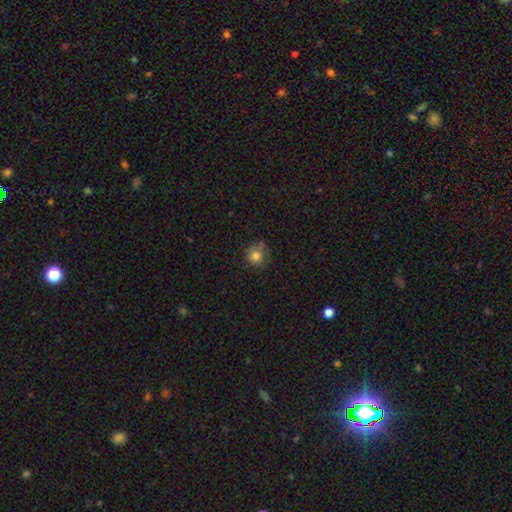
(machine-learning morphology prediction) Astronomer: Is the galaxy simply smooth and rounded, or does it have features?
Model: smooth — 81%.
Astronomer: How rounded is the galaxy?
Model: round — 86%.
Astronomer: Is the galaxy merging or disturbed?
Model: none — 64%.